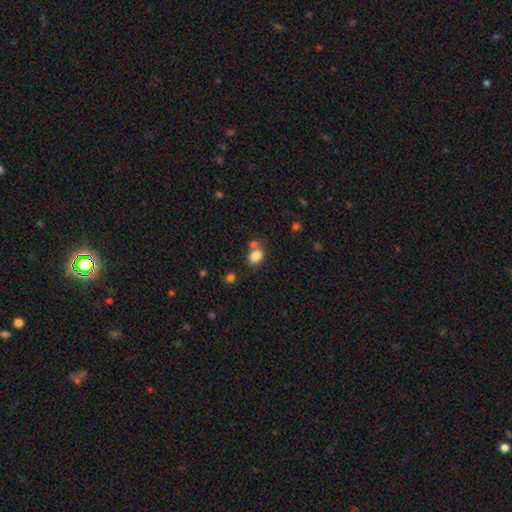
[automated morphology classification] The model was most divided on "how rounded": in between: 63%, round: 36%, cigar-shaped: 1%. More confident: smooth or featured — smooth (83%); merging — none (57%).